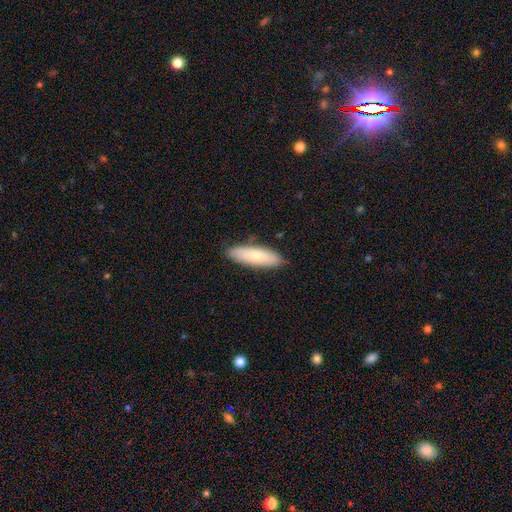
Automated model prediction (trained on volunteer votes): smooth-or-featured: smooth: 71% | featured or disk: 23% | star or artifact: 6%
  how-rounded: in between: 50% | cigar-shaped: 48% | round: 2%
  merging: none: 84% | minor disturbance: 12% | major disturbance: 2% | merger: 1%